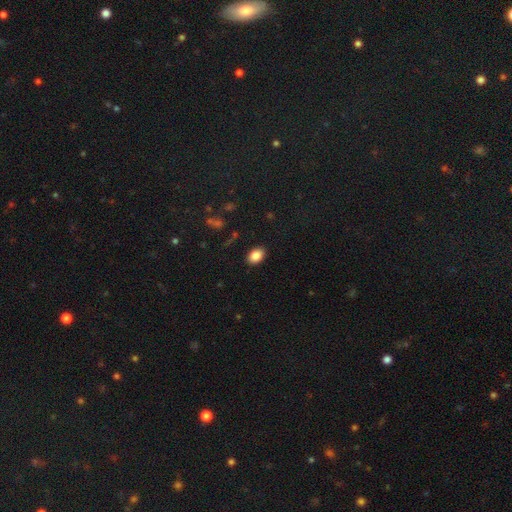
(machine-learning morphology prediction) type=smooth (87%); roundness=in between (78%); merging=none (88%).